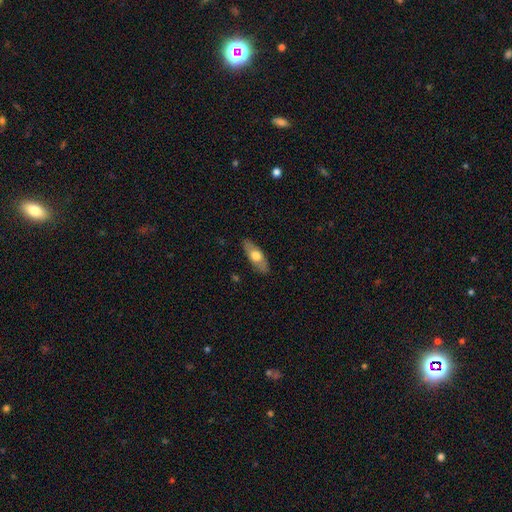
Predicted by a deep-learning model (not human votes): This appears to be a smooth galaxy with no disk features (60%) that is in between round and cigar-shaped (73%). Merging: none (86%).